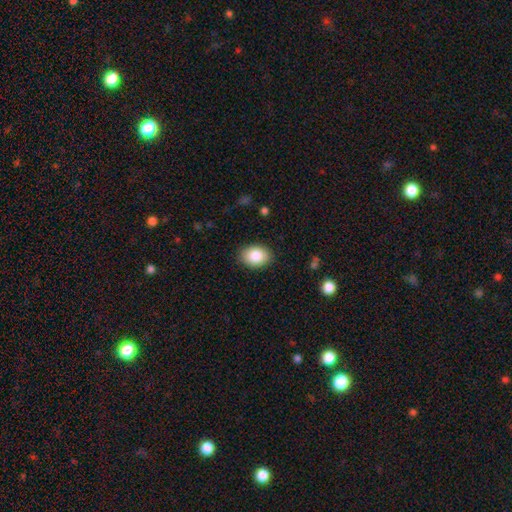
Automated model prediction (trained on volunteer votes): Overall: smooth (86%). How rounded: in between (79%). Merging: none (87%).